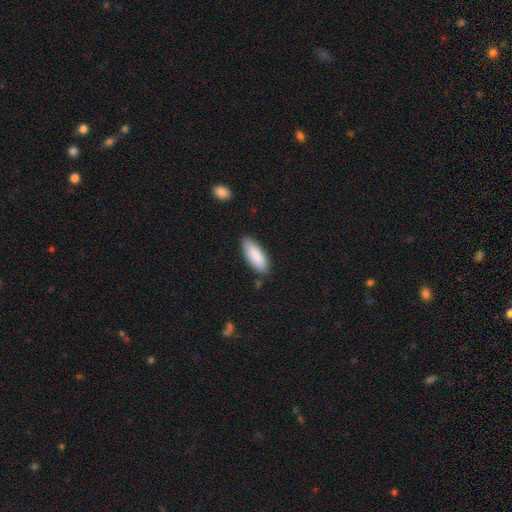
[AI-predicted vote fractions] Morphology: type=smooth (88%); roundness=in between (75%); merging=none (82%).